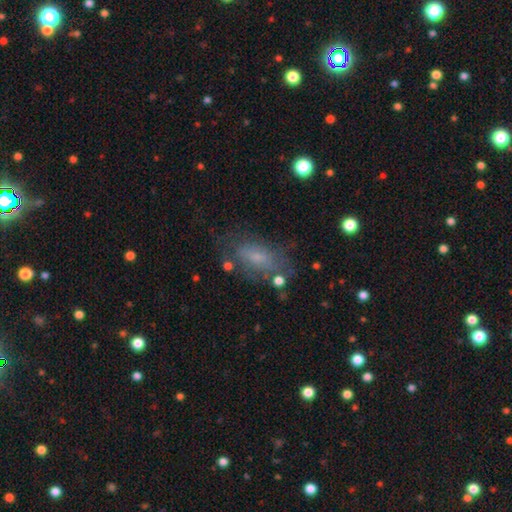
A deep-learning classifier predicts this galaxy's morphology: Smooth or featured: smooth — 54% (featured or disk — 33%)
How rounded: in between — 85% (cigar-shaped — 9%)
Merging: none — 63% (minor disturbance — 21%)